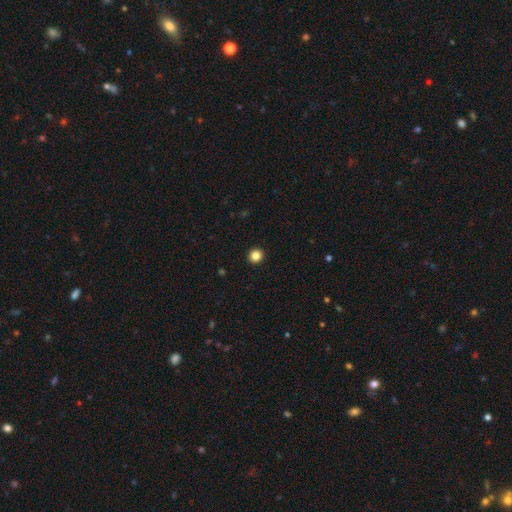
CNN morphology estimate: smooth-or-featured: smooth: 85% | star or artifact: 11% | featured or disk: 4%
  how-rounded: round: 95% | in between: 4% | cigar-shaped: 1%
  merging: none: 94% | minor disturbance: 4% | major disturbance: 1% | merger: 1%